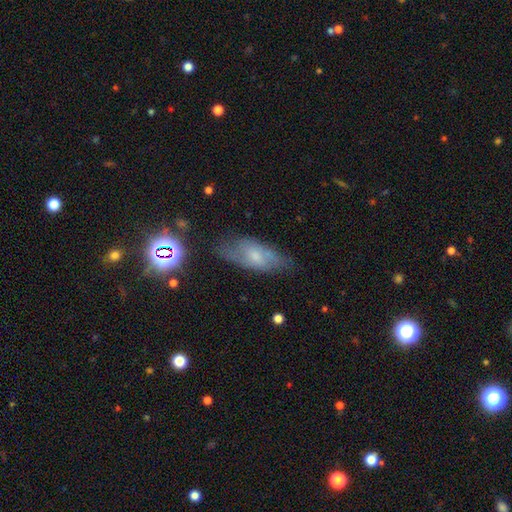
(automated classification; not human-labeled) smooth_or_featured: featured or disk (p=0.45) [alt: smooth p=0.43]
merging: none (p=0.67) [alt: minor disturbance p=0.23]